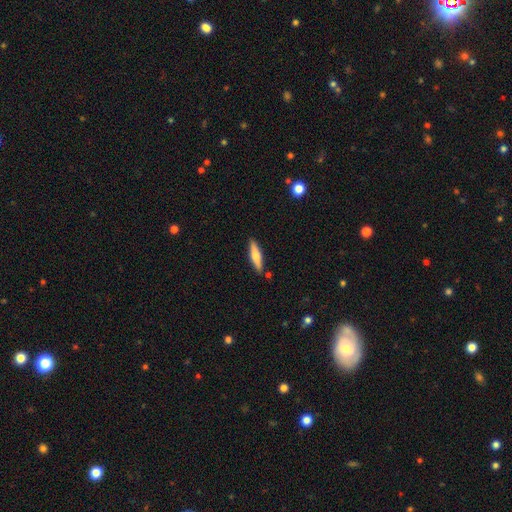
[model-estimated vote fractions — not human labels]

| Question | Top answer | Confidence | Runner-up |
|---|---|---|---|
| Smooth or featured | smooth | 59% | featured or disk (35%) |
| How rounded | cigar-shaped | 77% | in between (21%) |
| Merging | none | 86% | minor disturbance (9%) |